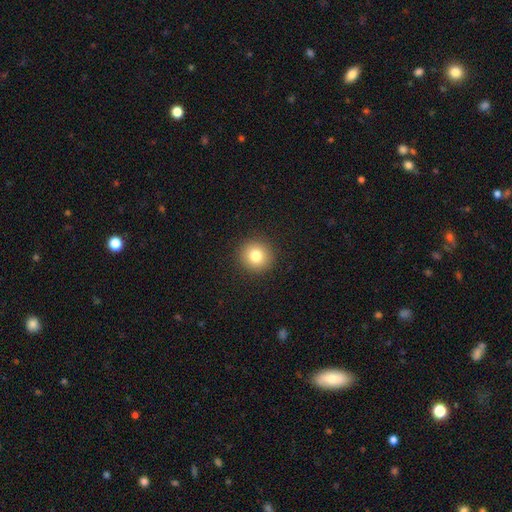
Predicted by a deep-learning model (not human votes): This appears to be a smooth galaxy with no disk features (81%) that is round (93%). Merging: none (92%).